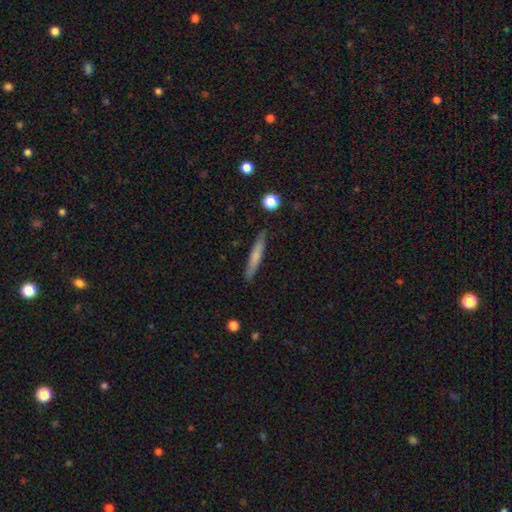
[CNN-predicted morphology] The model was most divided on "smooth or featured": smooth: 69%, featured or disk: 25%, star or artifact: 6%. More confident: how rounded — cigar-shaped (94%); merging — none (88%).